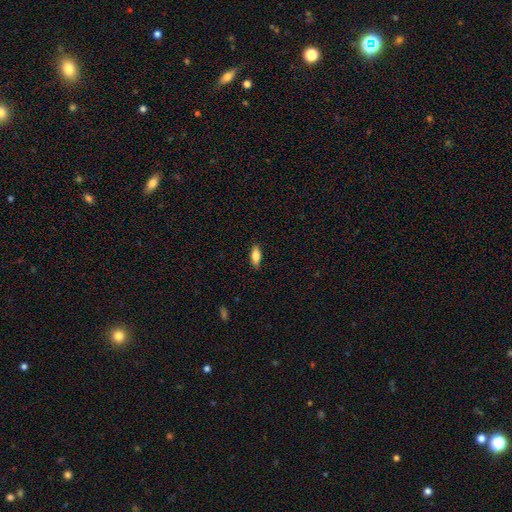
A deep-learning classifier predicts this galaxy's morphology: Q: Smooth or featured?
A: smooth (82%); runner-up: featured or disk (11%)
Q: How rounded?
A: in between (80%); runner-up: cigar-shaped (18%)
Q: Merging?
A: none (86%); runner-up: minor disturbance (11%)